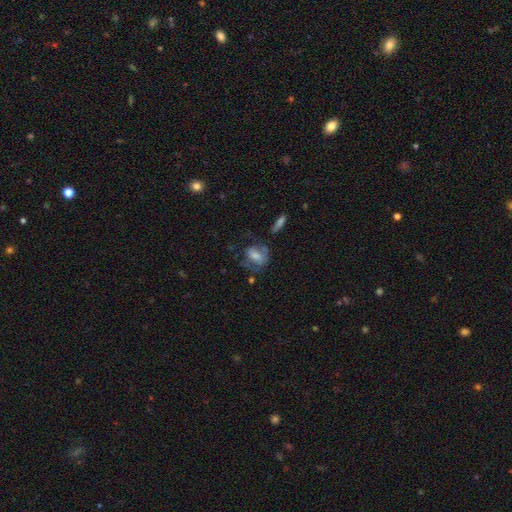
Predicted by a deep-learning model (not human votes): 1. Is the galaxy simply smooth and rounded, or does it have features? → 54% smooth, 36% featured or disk, 9% star or artifact.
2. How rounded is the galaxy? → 69% in between, 28% round, 3% cigar-shaped.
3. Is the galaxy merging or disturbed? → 42% none, 25% minor disturbance, 24% major disturbance, 8% merger.